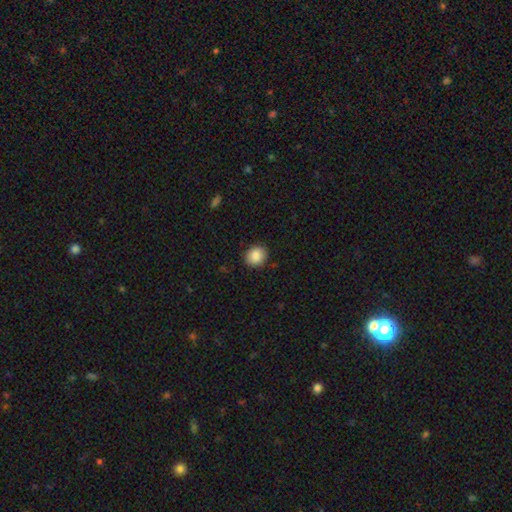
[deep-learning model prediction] Overall: smooth (88%). How rounded: round (75%). Merging: none (88%).